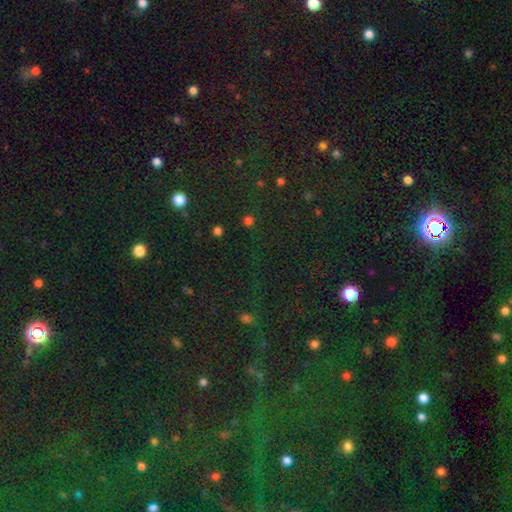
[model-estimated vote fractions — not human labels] The model was most divided on "smooth or featured": star or artifact: 76%, smooth: 16%, featured or disk: 8%.